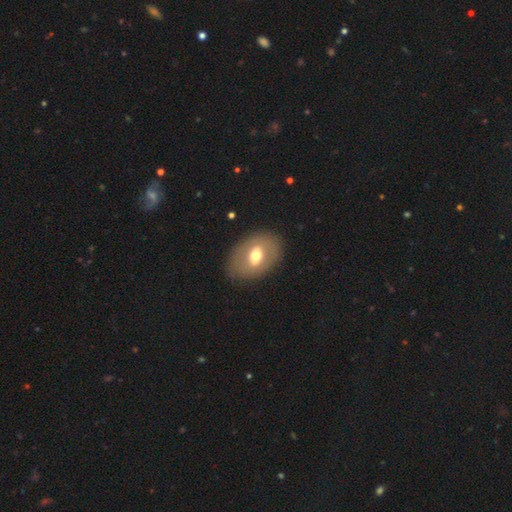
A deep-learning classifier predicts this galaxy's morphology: The model was most divided on "smooth or featured": smooth: 51%, featured or disk: 42%, star or artifact: 7%. More confident: how rounded — in between (81%); merging — none (80%).